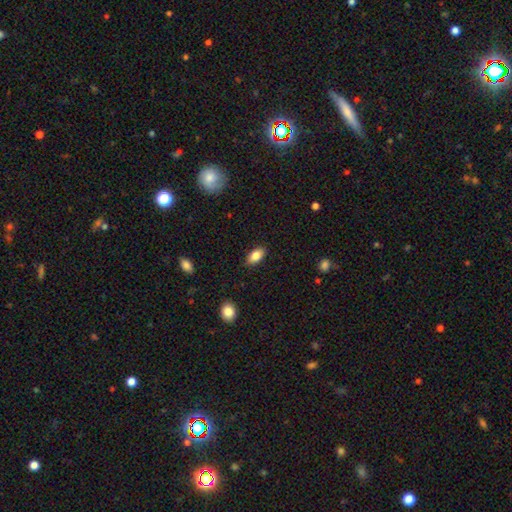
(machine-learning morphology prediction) A smooth galaxy with no disk features (84%) that is in between round and cigar-shaped (91%).

Vote fractions:
- Smooth or featured? smooth: 84% / featured or disk: 8% / star or artifact: 8%
- How rounded? in between: 91% / round: 5% / cigar-shaped: 4%
- Merging? none: 87% / minor disturbance: 9% / major disturbance: 2% / merger: 1%